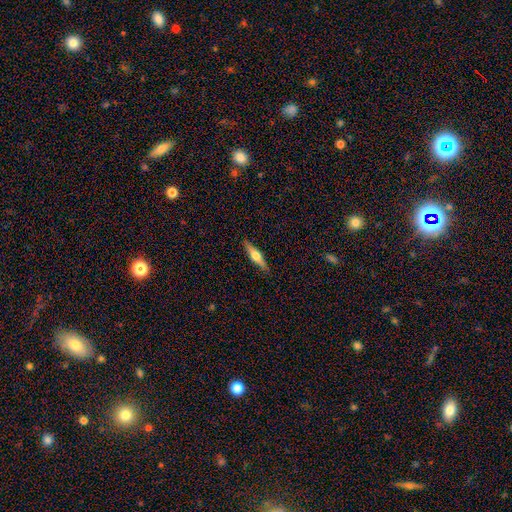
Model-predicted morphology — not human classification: Overall: featured or disk (59%; smooth 36%). Edge-on disk: yes (96%). Edge-on bulge: rounded (92%). Merging: none (89%).